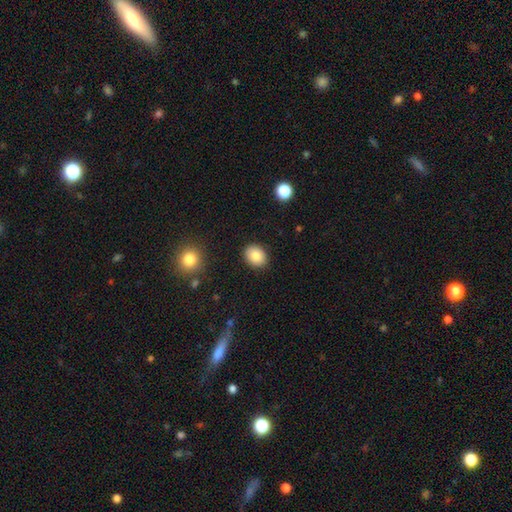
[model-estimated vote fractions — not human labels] smooth-or-featured: smooth: 85% | star or artifact: 8% | featured or disk: 7%
  how-rounded: in between: 52% | round: 47% | cigar-shaped: 1%
  merging: none: 88% | minor disturbance: 8% | major disturbance: 2% | merger: 1%